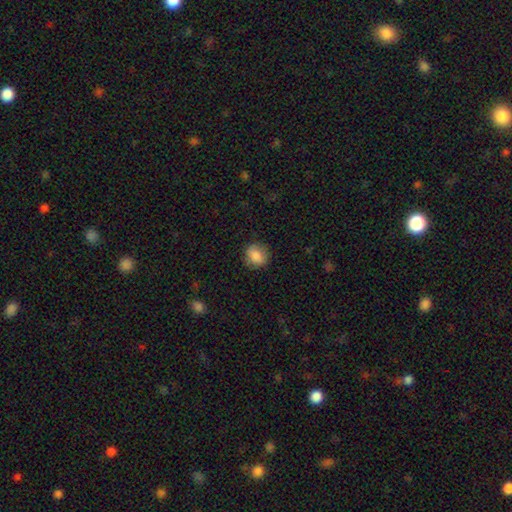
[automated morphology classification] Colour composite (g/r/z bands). It shows a smooth galaxy with no disk features (85%) that is round (64%). Merging: none (81%).